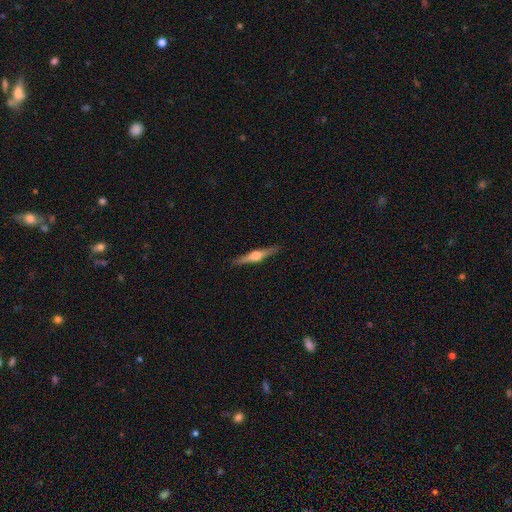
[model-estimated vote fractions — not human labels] A featured or disk galaxy (75%) viewed edge-on (98%) with a rounded central bulge (94%). Merging: none (91%).